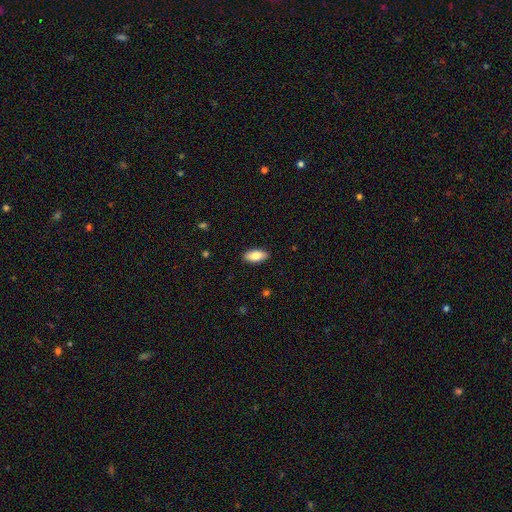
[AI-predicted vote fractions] smooth 82%, featured or disk 12%, star or artifact 6%. Down the decision tree: how rounded — in between (89%); merging — none (90%).